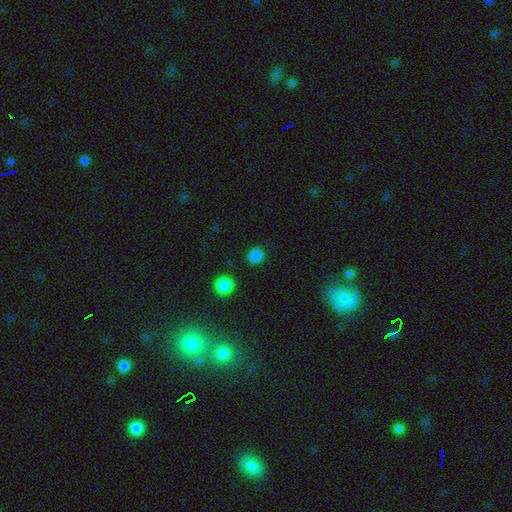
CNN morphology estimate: The model was most divided on "smooth or featured": smooth: 83%, star or artifact: 14%, featured or disk: 3%. More confident: how rounded — round (90%); merging — none (89%).